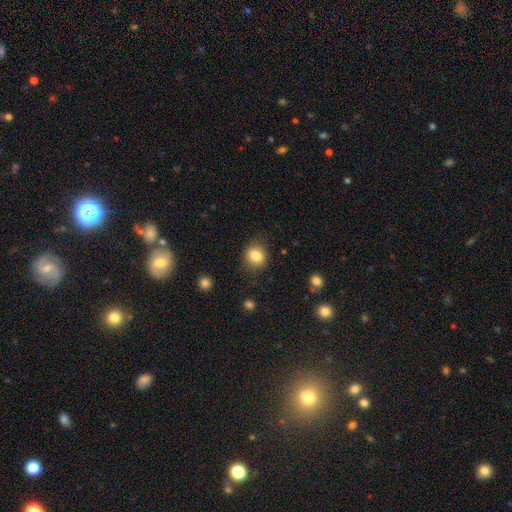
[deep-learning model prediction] smooth 83%, star or artifact 10%, featured or disk 7%. Down the decision tree: how rounded — round (69%); merging — none (82%).